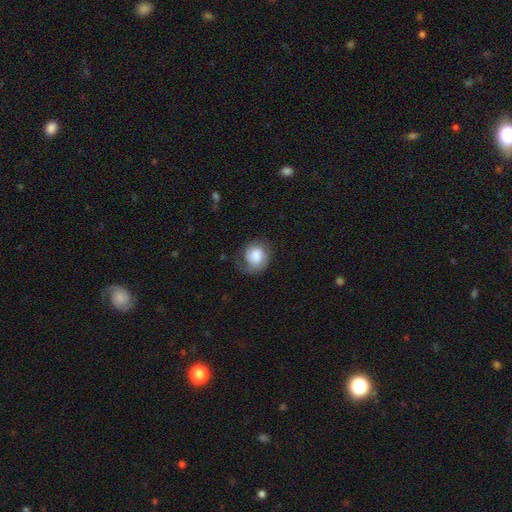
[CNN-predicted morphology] type=smooth (53%); roundness=round (71%); merging=none (54%).